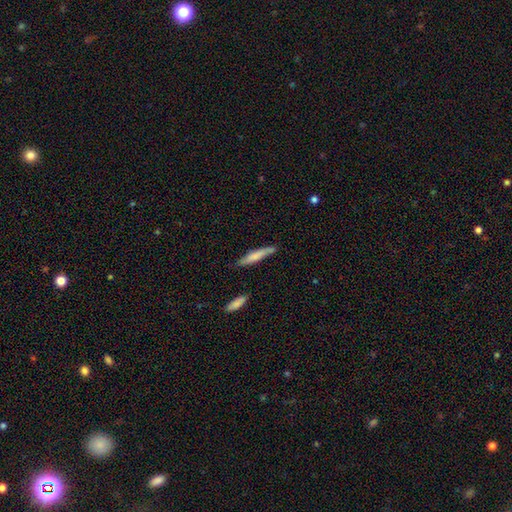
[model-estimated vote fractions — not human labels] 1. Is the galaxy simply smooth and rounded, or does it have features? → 67% smooth, 27% featured or disk, 6% star or artifact.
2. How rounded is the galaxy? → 89% cigar-shaped, 10% in between, 1% round.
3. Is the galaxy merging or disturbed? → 73% none, 20% minor disturbance, 4% merger, 3% major disturbance.